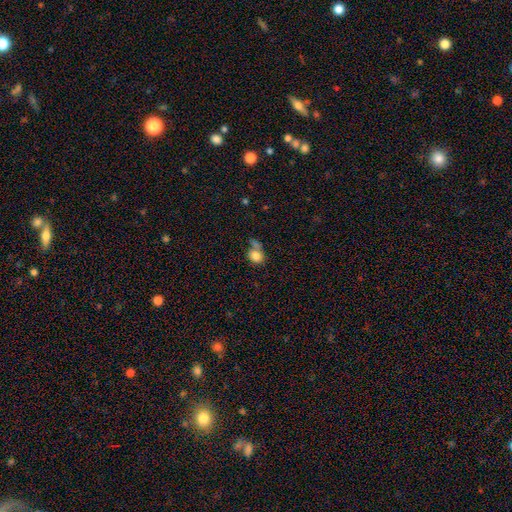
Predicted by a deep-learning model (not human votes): This appears to be a smooth galaxy with no disk features (81%) that is round (59%). Merging: none (40%).